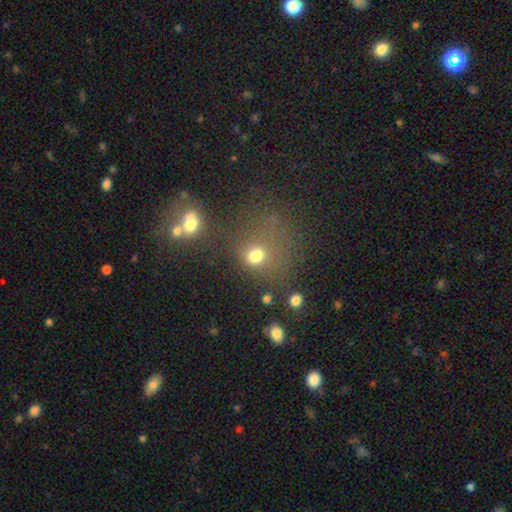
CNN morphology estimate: smooth_or_featured: smooth (p=0.69) [alt: star or artifact p=0.20]
how_rounded: round (p=0.68) [alt: in between p=0.30]
merging: none (p=0.55) [alt: minor disturbance p=0.16]